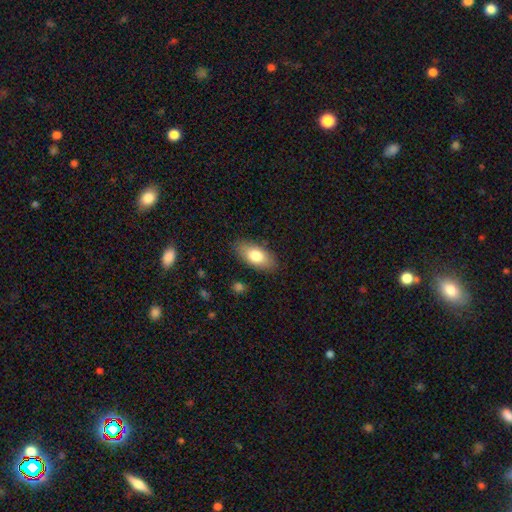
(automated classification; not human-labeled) The model was most divided on "smooth or featured": smooth: 77%, featured or disk: 17%, star or artifact: 6%. More confident: how rounded — in between (90%); merging — none (86%).